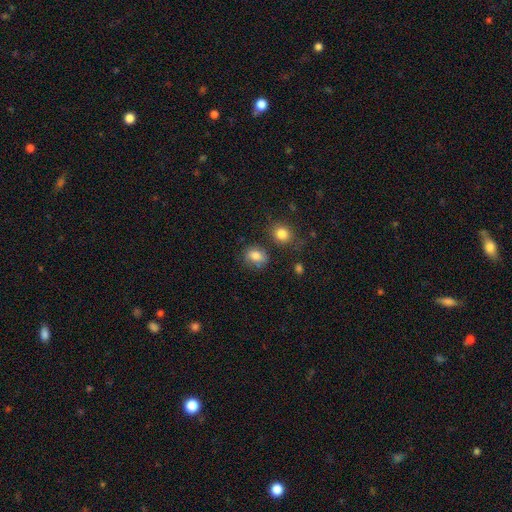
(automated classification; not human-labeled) smooth 80%, star or artifact 10%, featured or disk 10%. Down the decision tree: how rounded — round (52%); merging — none (66%).